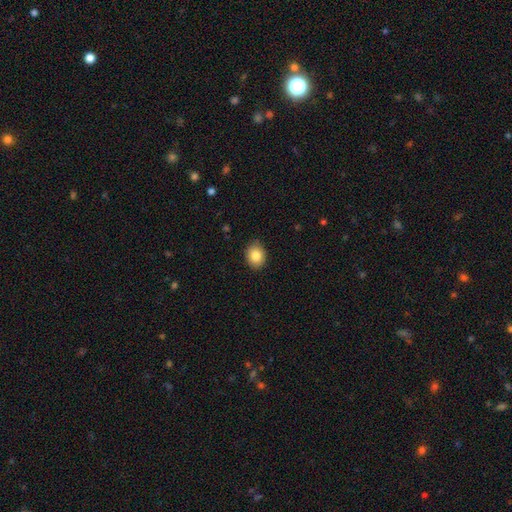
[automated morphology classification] A smooth galaxy with no disk features (85%) that is in between round and cigar-shaped (50%). Merging: none (87%).